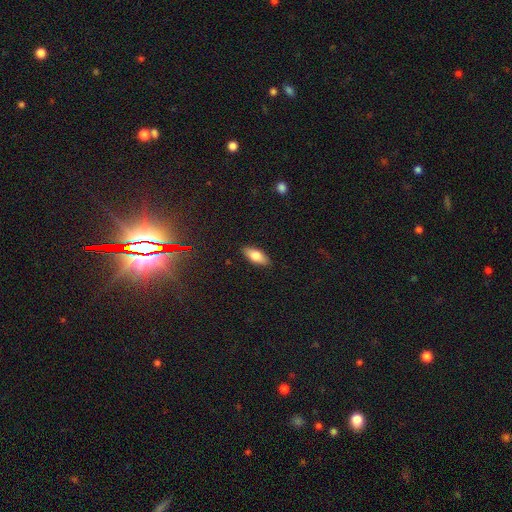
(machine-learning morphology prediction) smooth_or_featured: smooth (p=0.74) [alt: featured or disk p=0.18]
how_rounded: in between (p=0.80) [alt: cigar-shaped p=0.17]
merging: none (p=0.89) [alt: minor disturbance p=0.08]